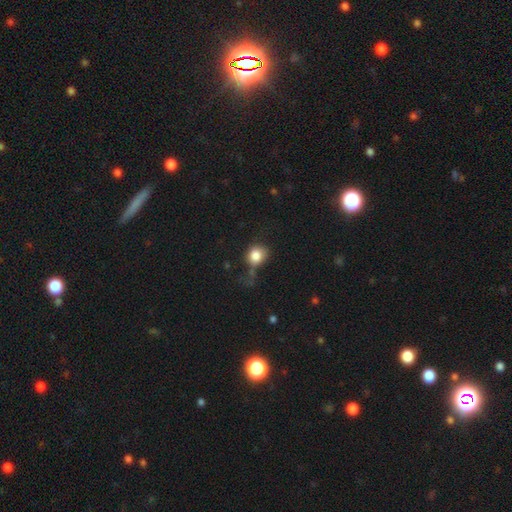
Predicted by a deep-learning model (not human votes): Smooth or featured?
  - smooth: 82% *
  - star or artifact: 10%
  - featured or disk: 8%
How rounded?
  - round: 73% *
  - in between: 26%
  - cigar-shaped: 1%
Merging?
  - none: 44% *
  - minor disturbance: 29%
  - major disturbance: 20%
  - merger: 7%